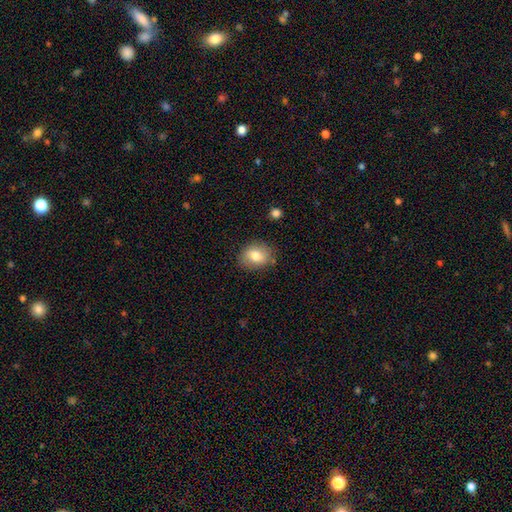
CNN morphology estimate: Smooth or featured?
  - smooth: 78% *
  - featured or disk: 14%
  - star or artifact: 9%
How rounded?
  - in between: 50% *
  - round: 49%
  - cigar-shaped: 1%
Merging?
  - none: 82% *
  - minor disturbance: 13%
  - major disturbance: 3%
  - merger: 2%